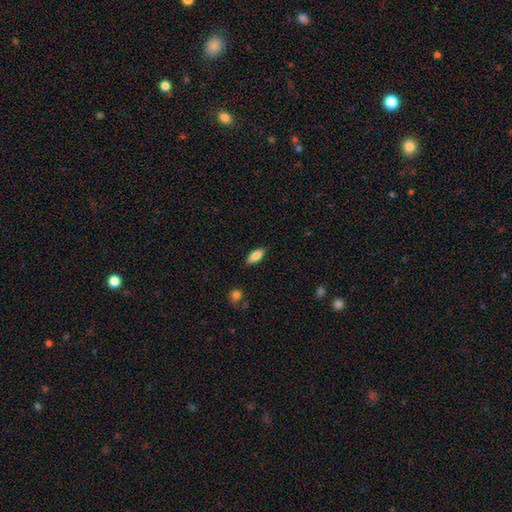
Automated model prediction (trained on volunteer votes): Overall: smooth (82%). How rounded: in between (85%). Merging: none (86%).